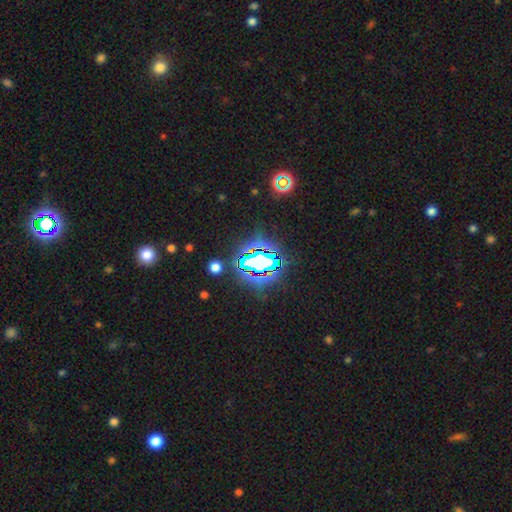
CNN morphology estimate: smooth-or-featured: star or artifact: 74% | smooth: 15% | featured or disk: 11%